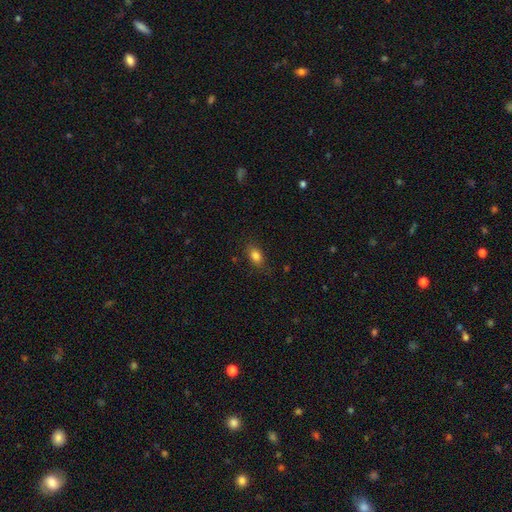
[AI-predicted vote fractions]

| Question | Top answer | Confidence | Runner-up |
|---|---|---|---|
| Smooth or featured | smooth | 83% | star or artifact (10%) |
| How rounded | in between | 83% | round (12%) |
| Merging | none | 81% | minor disturbance (14%) |